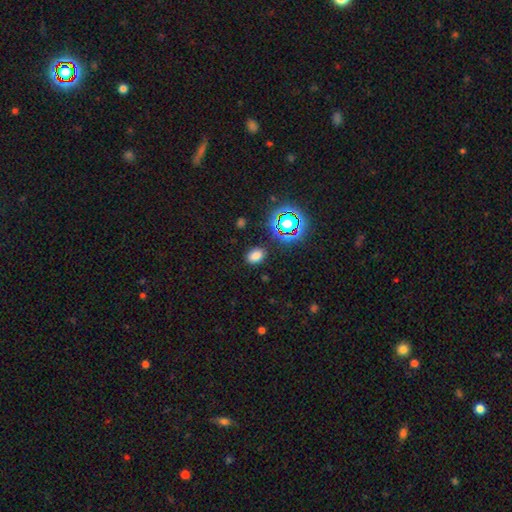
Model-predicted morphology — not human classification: smooth 74%, star or artifact 20%, featured or disk 6%. Down the decision tree: how rounded — in between (73%); merging — none (86%).